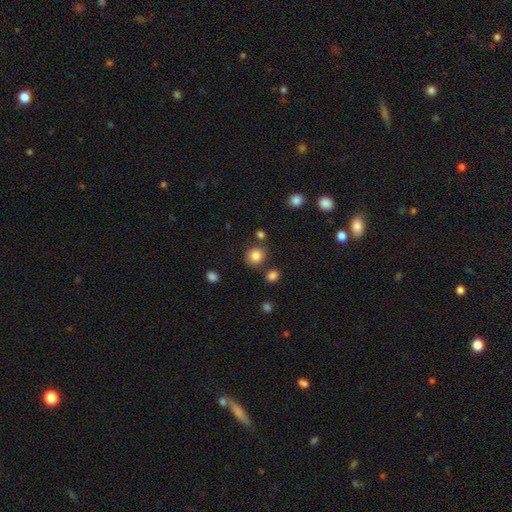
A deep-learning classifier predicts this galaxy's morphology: Smooth or featured? Predicted: smooth (p=0.84). How rounded? Predicted: round (p=0.79). Merging? Predicted: none (p=0.75).